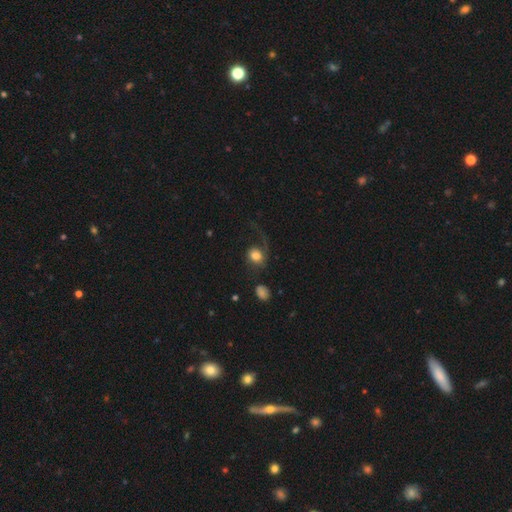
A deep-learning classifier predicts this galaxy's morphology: Smooth or featured: smooth — 64% (featured or disk — 27%)
How rounded: round — 64% (in between — 34%)
Merging: major disturbance — 47% (none — 33%)